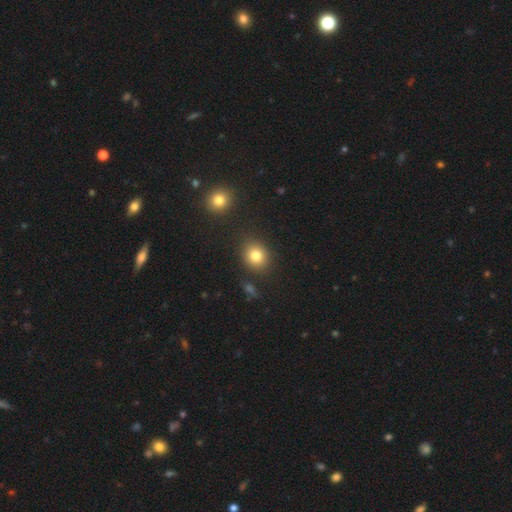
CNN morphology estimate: type=smooth (81%); roundness=round (73%); merging=none (84%).